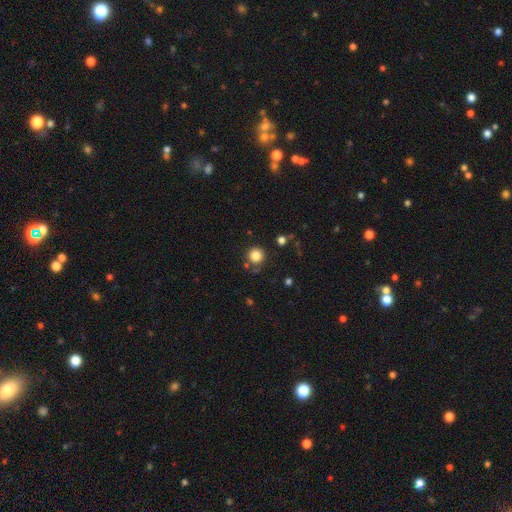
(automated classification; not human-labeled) The model was most divided on "smooth or featured": smooth: 83%, star or artifact: 12%, featured or disk: 5%. More confident: how rounded — round (94%); merging — none (82%).